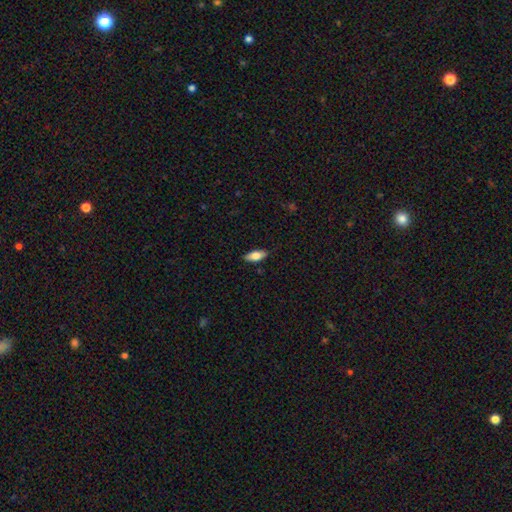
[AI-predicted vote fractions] Q: Smooth or featured?
A: smooth (75%); runner-up: featured or disk (19%)
Q: How rounded?
A: in between (81%); runner-up: cigar-shaped (17%)
Q: Merging?
A: none (86%); runner-up: minor disturbance (11%)